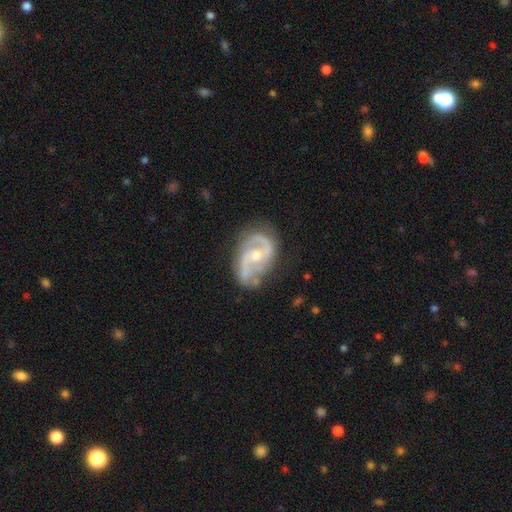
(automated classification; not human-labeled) smooth_or_featured: featured or disk (p=0.89) [alt: smooth p=0.06]
disk_edge_on: no (p=0.97) [alt: yes p=0.03]
bar: no (p=0.49) [alt: weak p=0.38]
has_spiral_arms: yes (p=0.96) [alt: no p=0.04]
spiral_winding: medium (p=0.53) [alt: tight p=0.23]
spiral_arm_count: 2 (p=0.89) [alt: can't tell p=0.04]
bulge_size: moderate (p=0.62) [alt: small p=0.34]
merging: none (p=0.71) [alt: minor disturbance p=0.20]